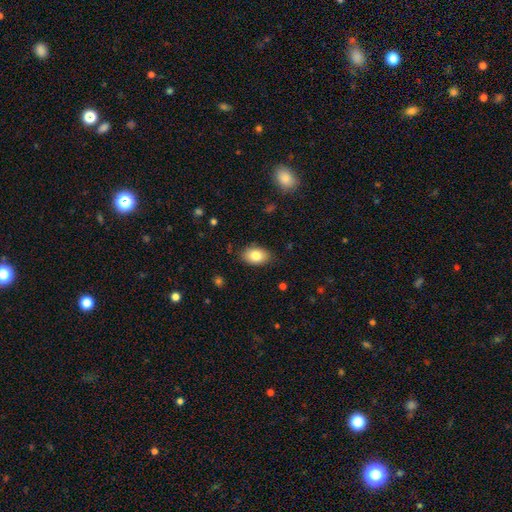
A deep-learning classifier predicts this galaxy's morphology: Smooth or featured?
  - smooth: 82% *
  - featured or disk: 11%
  - star or artifact: 8%
How rounded?
  - in between: 87% *
  - round: 11%
  - cigar-shaped: 1%
Merging?
  - none: 85% *
  - minor disturbance: 12%
  - major disturbance: 2%
  - merger: 1%